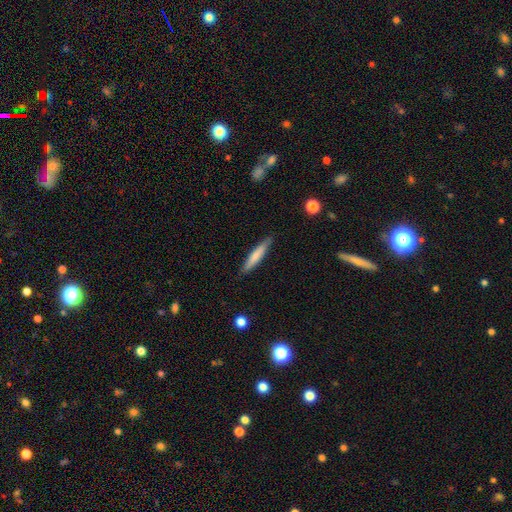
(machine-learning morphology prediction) Smooth or featured: smooth — 71% (featured or disk — 24%)
How rounded: cigar-shaped — 92% (in between — 7%)
Merging: none — 88% (minor disturbance — 9%)